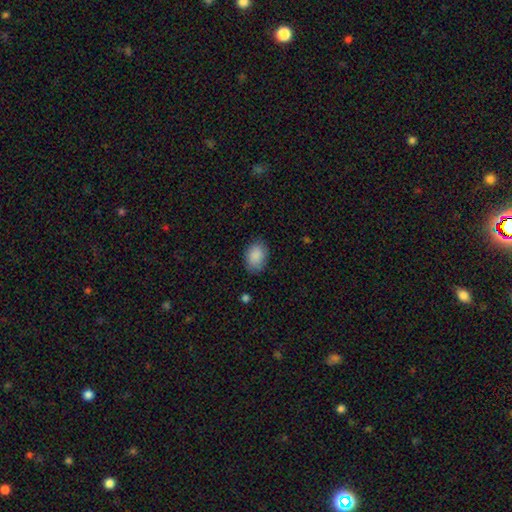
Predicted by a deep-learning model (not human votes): smooth_or_featured: smooth (p=0.89) [alt: star or artifact p=0.07]
how_rounded: in between (p=0.79) [alt: round p=0.20]
merging: none (p=0.81) [alt: minor disturbance p=0.14]